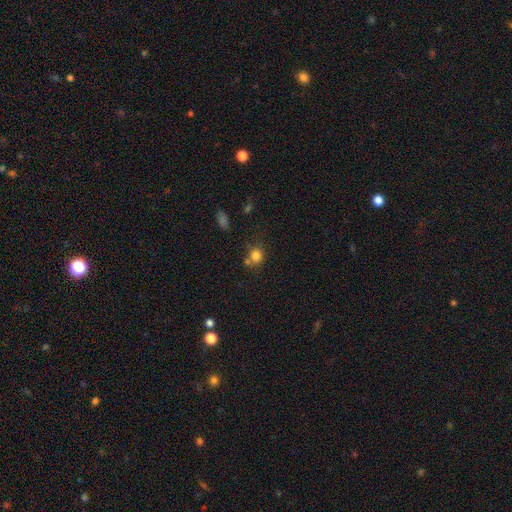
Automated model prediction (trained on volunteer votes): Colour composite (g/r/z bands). It shows a smooth galaxy with no disk features (80%) that is round (79%). Merging: none (60%).